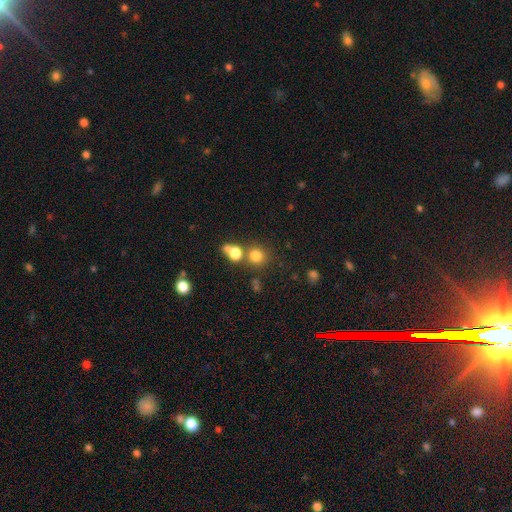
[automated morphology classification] type=smooth (76%); roundness=round (87%); merging=none (65%).